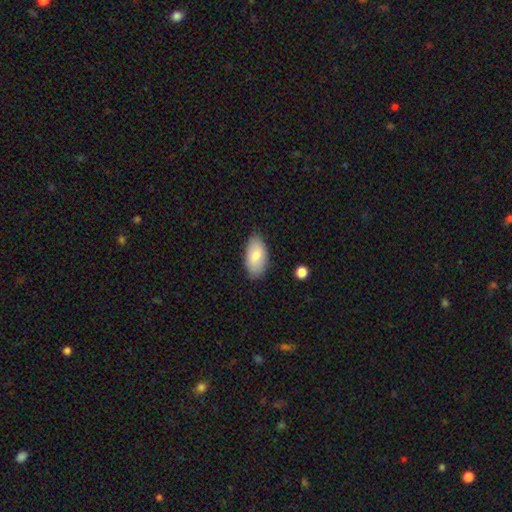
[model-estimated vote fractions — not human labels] Smooth or featured? smooth (80%)
How rounded? in between (95%)
Merging? none (83%)